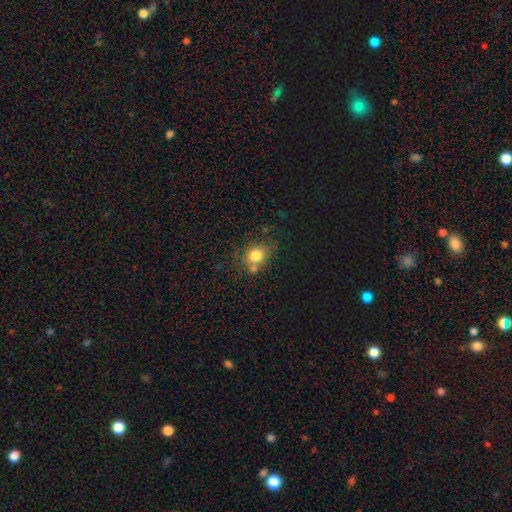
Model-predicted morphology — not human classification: A smooth galaxy with no disk features (77%) that is round (69%). Merging: none (56%).